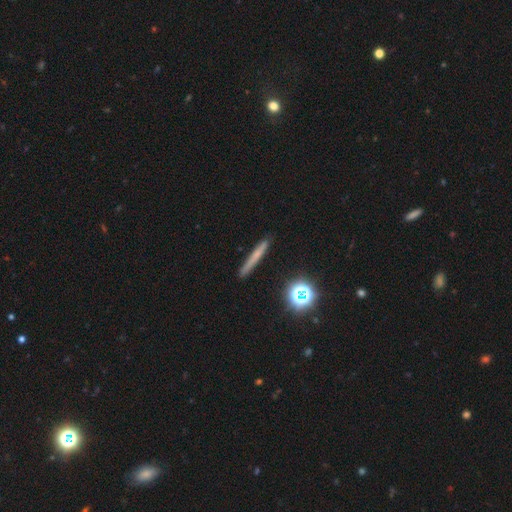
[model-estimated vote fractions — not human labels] The model was most divided on "smooth or featured": smooth: 54%, featured or disk: 32%, star or artifact: 14%. More confident: how rounded — cigar-shaped (91%); merging — none (89%).